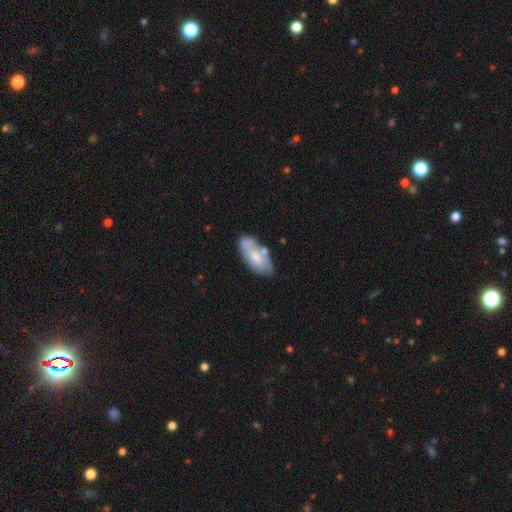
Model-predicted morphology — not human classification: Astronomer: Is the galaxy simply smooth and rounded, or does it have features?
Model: smooth — 61%.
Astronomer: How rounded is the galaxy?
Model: in between — 89%.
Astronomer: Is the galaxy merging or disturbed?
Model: none — 57%.